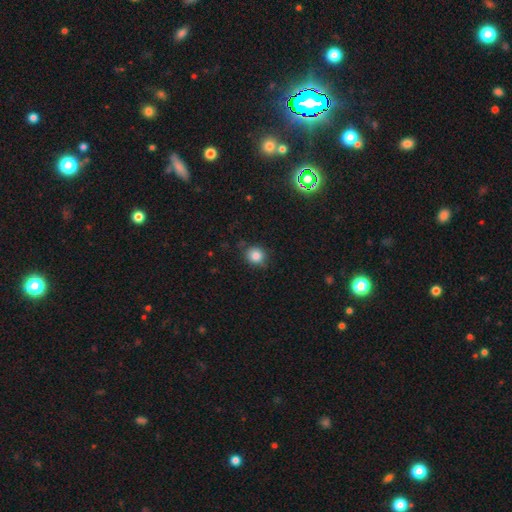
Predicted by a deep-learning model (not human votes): Morphology: type=smooth (83%); roundness=round (85%); merging=none (78%).